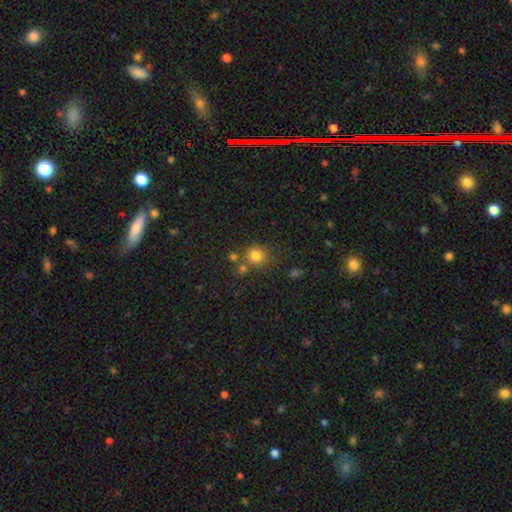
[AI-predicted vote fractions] A smooth galaxy with no disk features (79%) that is round (86%). Merging: none (68%).